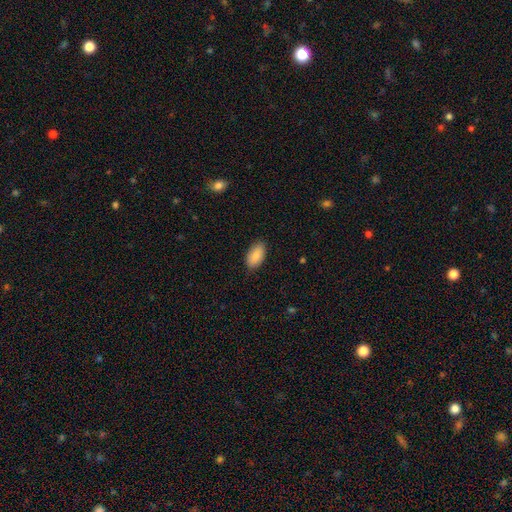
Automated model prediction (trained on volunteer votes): Smooth or featured: smooth — 88% (star or artifact — 6%)
How rounded: in between — 94% (round — 3%)
Merging: none — 86% (minor disturbance — 11%)